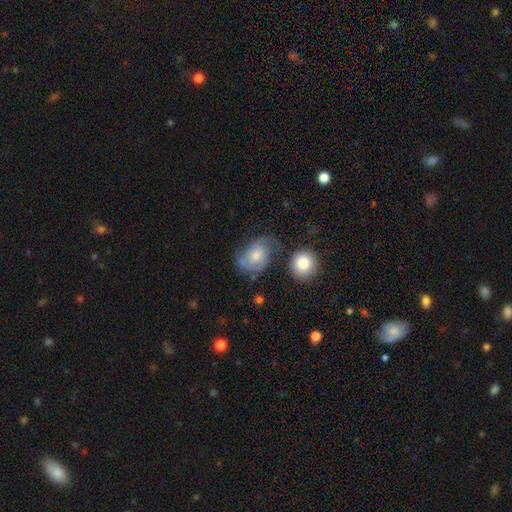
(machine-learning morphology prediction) The model was most divided on "merging": none: 44%, minor disturbance: 29%, major disturbance: 17%, merger: 10%. More confident: how rounded — in between (74%); smooth or featured — smooth (58%).